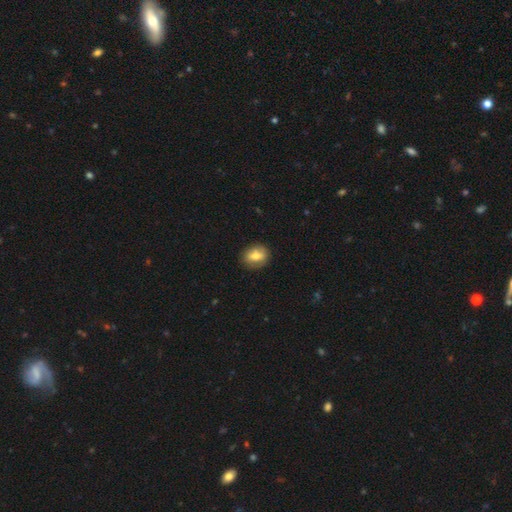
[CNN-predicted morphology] This is likely a smooth galaxy (68%). How rounded: possibly in between (58%). Merging: clearly none (80%).